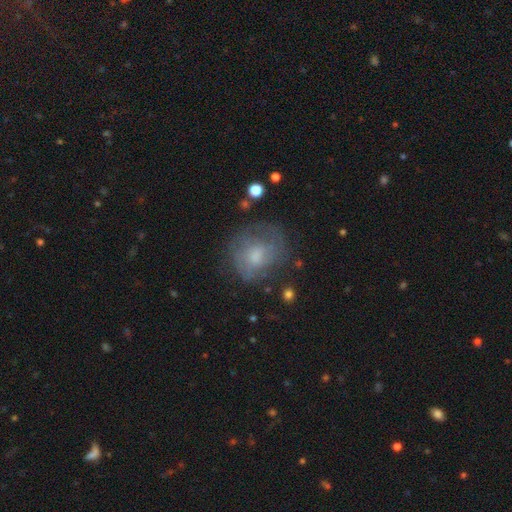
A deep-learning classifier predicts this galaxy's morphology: smooth_or_featured: smooth (p=0.47) [alt: featured or disk p=0.42]
merging: none (p=0.58) [alt: minor disturbance p=0.23]